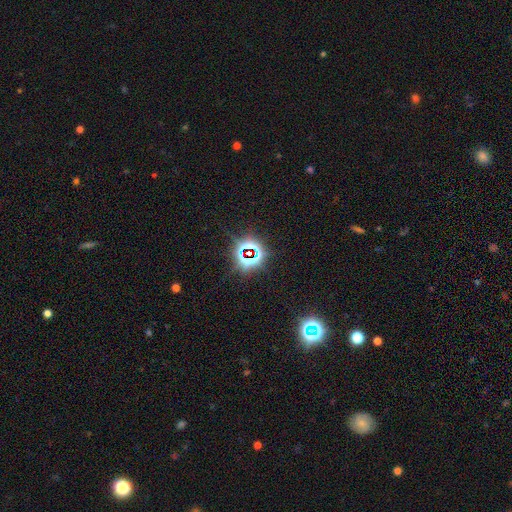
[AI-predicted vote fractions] smooth-or-featured: star or artifact: 79% | smooth: 13% | featured or disk: 8%